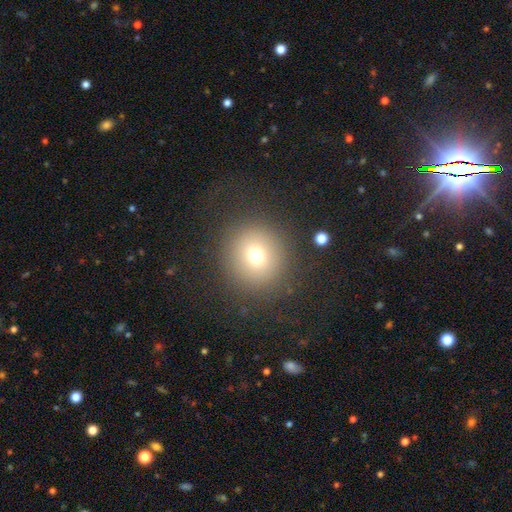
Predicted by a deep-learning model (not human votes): smooth 71%, star or artifact 16%, featured or disk 14%. Down the decision tree: how rounded — round (90%); merging — none (83%).